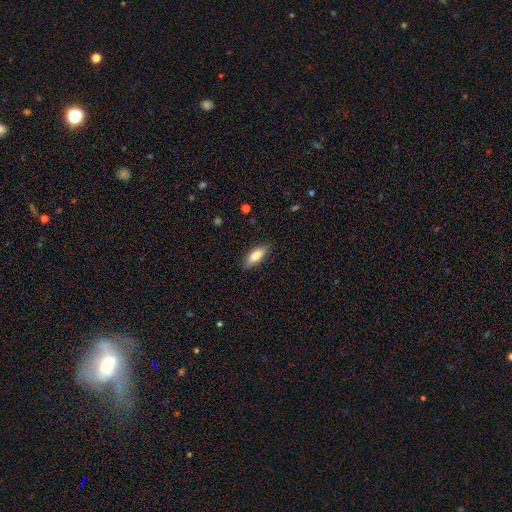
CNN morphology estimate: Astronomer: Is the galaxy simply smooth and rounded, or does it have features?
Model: smooth — 78%.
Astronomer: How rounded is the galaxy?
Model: in between — 70%.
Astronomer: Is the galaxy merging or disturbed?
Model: none — 85%.